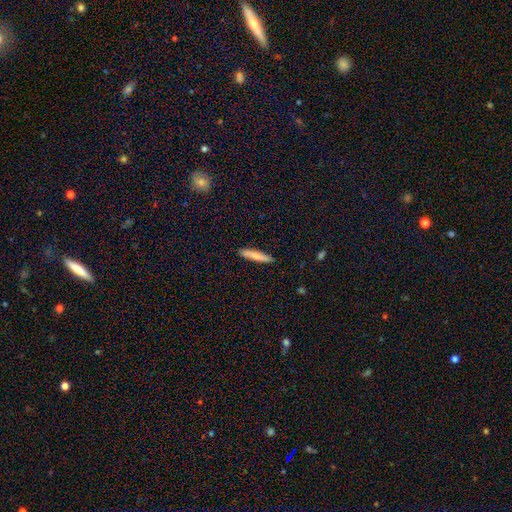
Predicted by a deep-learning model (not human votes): Smooth or featured: smooth — 78% (featured or disk — 17%)
How rounded: cigar-shaped — 91% (in between — 8%)
Merging: none — 90% (minor disturbance — 8%)